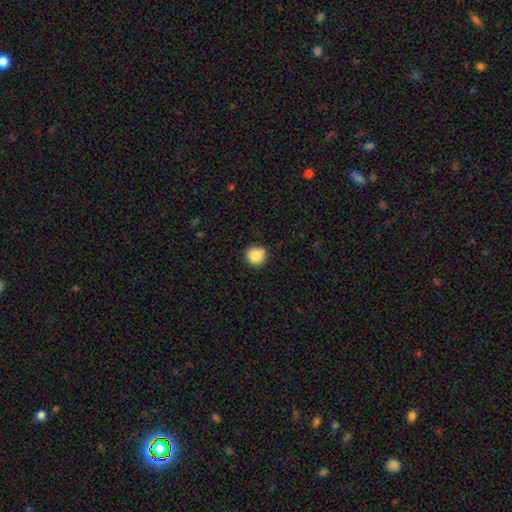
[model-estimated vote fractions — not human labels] This is clearly a smooth galaxy (85%). How rounded: clearly round (94%). Merging: clearly none (86%).